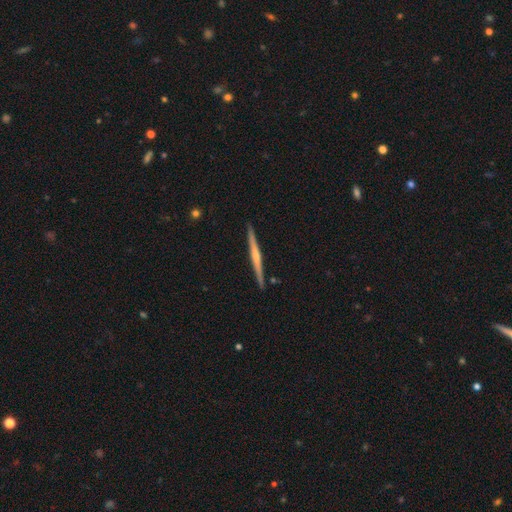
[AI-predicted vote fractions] A featured or disk galaxy (68%) viewed edge-on (98%) with a rounded central bulge (52%). Merging: none (91%).